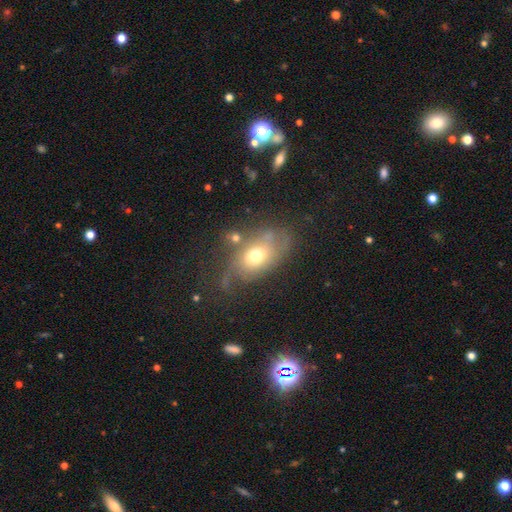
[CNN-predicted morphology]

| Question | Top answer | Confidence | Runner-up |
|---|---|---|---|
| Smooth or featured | smooth | 52% | featured or disk (37%) |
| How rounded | in between | 80% | round (18%) |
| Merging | none | 42% | major disturbance (26%) |